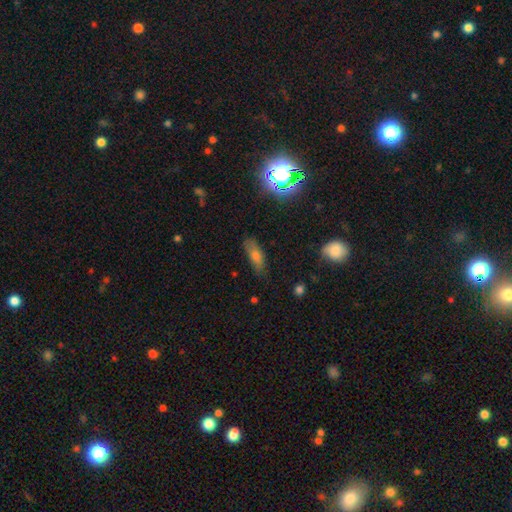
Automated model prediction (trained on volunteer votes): The model was most divided on "how rounded": in between: 61%, cigar-shaped: 33%, round: 6%. More confident: merging — none (73%); smooth or featured — smooth (63%).